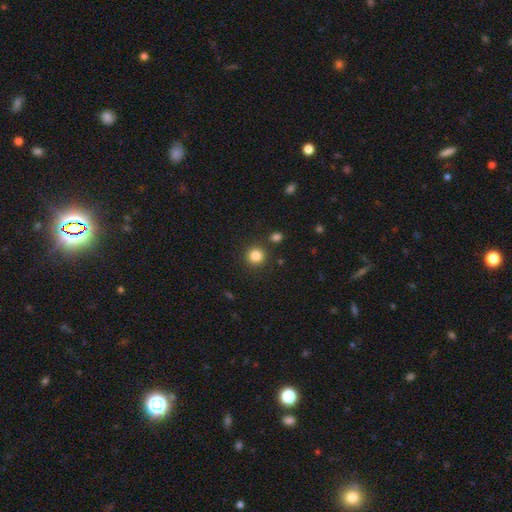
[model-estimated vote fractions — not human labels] Overall: smooth (84%). How rounded: round (93%). Merging: none (87%).